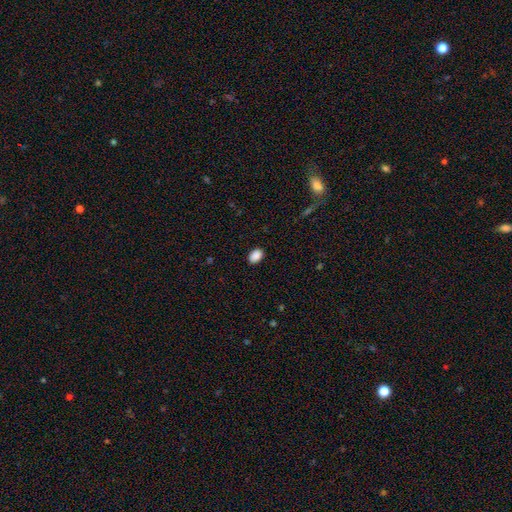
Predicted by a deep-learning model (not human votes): Overall: smooth (89%). How rounded: in between (86%). Merging: none (88%).